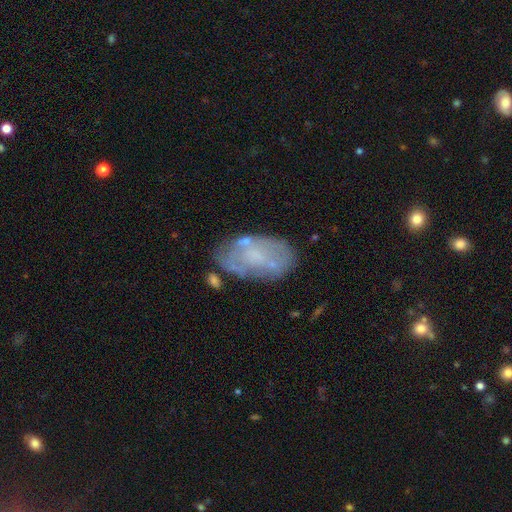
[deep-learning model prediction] A featured or disk galaxy (54%) with no bar (72%), no spiral arms (66%) and no central bulge (39%). Merging: none (57%).